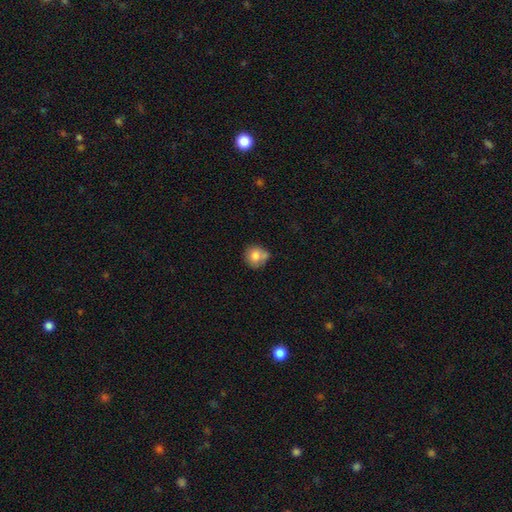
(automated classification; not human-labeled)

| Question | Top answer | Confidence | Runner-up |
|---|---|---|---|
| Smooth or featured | smooth | 77% | featured or disk (14%) |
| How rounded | round | 85% | in between (14%) |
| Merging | none | 54% | minor disturbance (24%) |